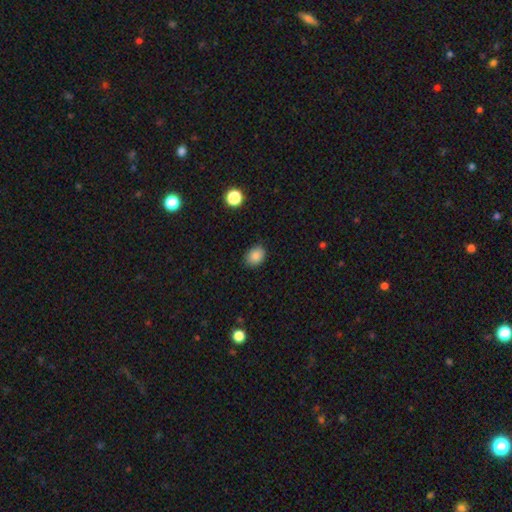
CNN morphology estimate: A smooth galaxy with no disk features (86%) that is in between round and cigar-shaped (61%). Merging: none (86%).